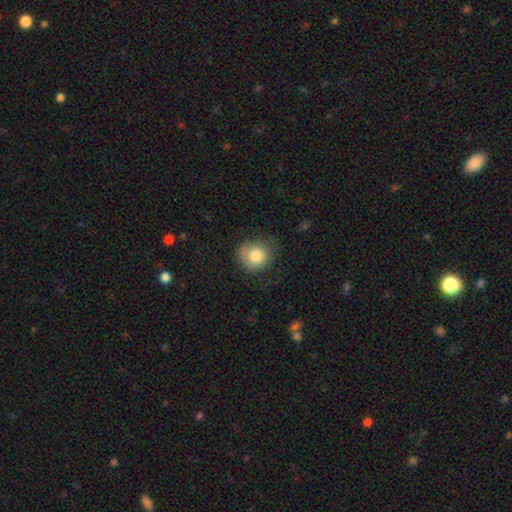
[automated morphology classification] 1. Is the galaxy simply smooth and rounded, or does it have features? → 82% smooth, 9% featured or disk, 9% star or artifact.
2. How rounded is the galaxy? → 84% round, 15% in between, 1% cigar-shaped.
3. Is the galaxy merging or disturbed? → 67% none, 23% minor disturbance, 8% major disturbance, 2% merger.